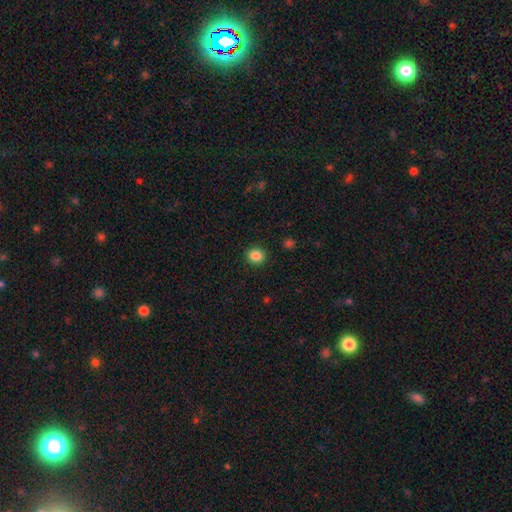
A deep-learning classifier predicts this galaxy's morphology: smooth_or_featured: smooth (p=0.86) [alt: star or artifact p=0.10]
how_rounded: round (p=0.81) [alt: in between p=0.19]
merging: none (p=0.91) [alt: minor disturbance p=0.06]